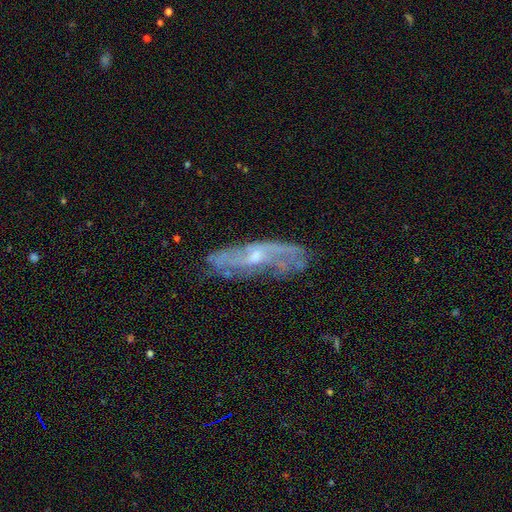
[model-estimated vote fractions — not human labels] Morphology: type=featured or disk (73%); edge-on=no (72%); bar=no (58%); spiral arms=yes (79%); bulge=small (59%); merging=none (72%).